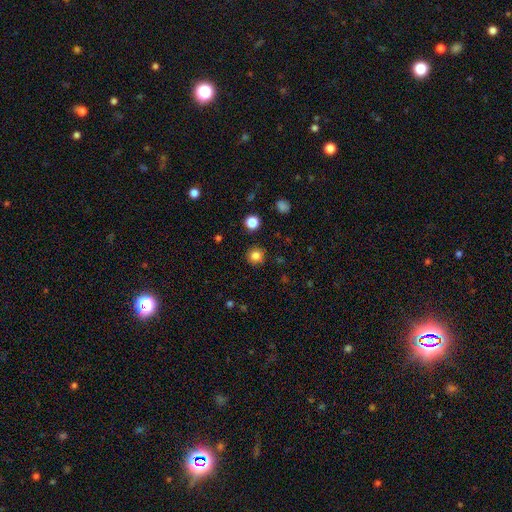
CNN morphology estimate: Overall: smooth (83%). How rounded: round (94%). Merging: none (91%).